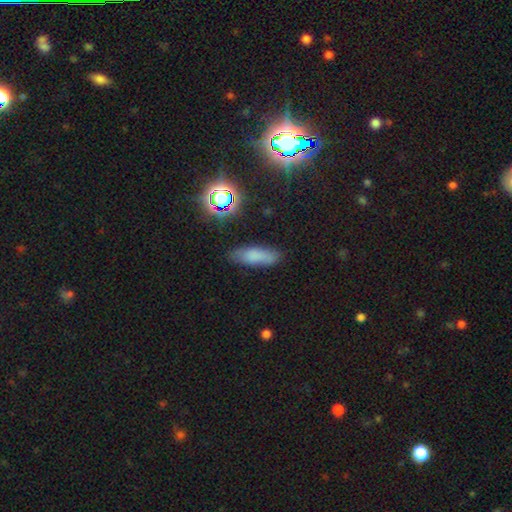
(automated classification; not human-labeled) Smooth or featured? Predicted: smooth (p=0.73). How rounded? Predicted: in between (p=0.59). Merging? Predicted: none (p=0.78).